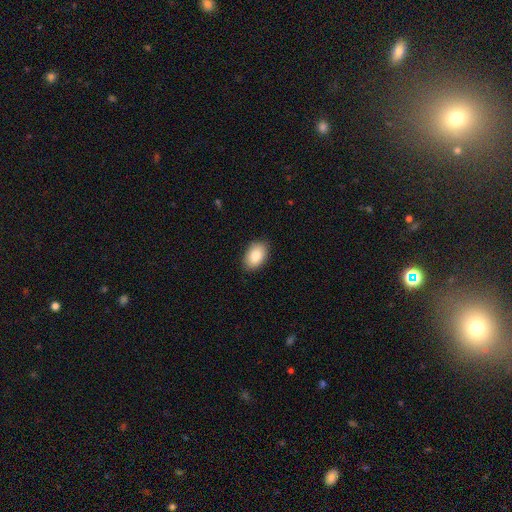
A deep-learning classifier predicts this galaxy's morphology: Overall: smooth (85%). How rounded: in between (88%). Merging: none (87%).